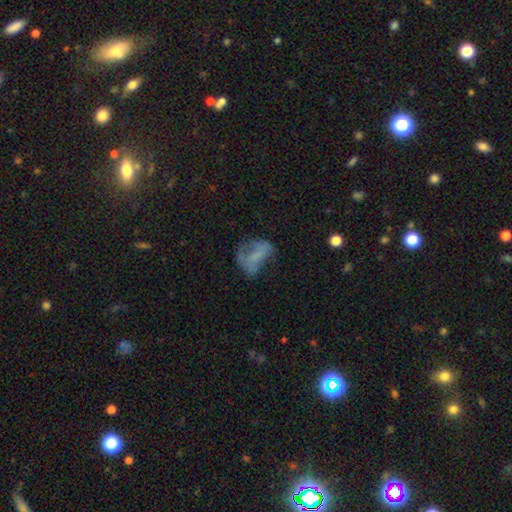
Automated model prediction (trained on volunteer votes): Smooth or featured? Predicted: smooth (p=0.48). Merging? Predicted: major disturbance (p=0.38).